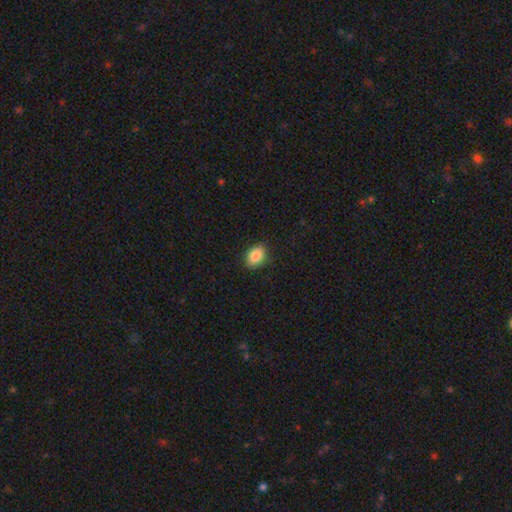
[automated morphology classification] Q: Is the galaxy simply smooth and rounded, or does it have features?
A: smooth — 87%.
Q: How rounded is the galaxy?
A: in between — 80%.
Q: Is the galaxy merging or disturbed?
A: none — 87%.